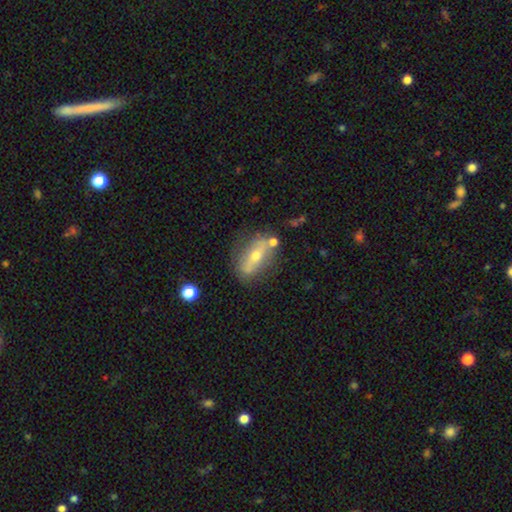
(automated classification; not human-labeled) Q: Smooth or featured?
A: featured or disk (56%); runner-up: smooth (36%)
Q: Edge-on disk?
A: no (64%); runner-up: yes (36%)
Q: Merging?
A: none (69%); runner-up: minor disturbance (16%)